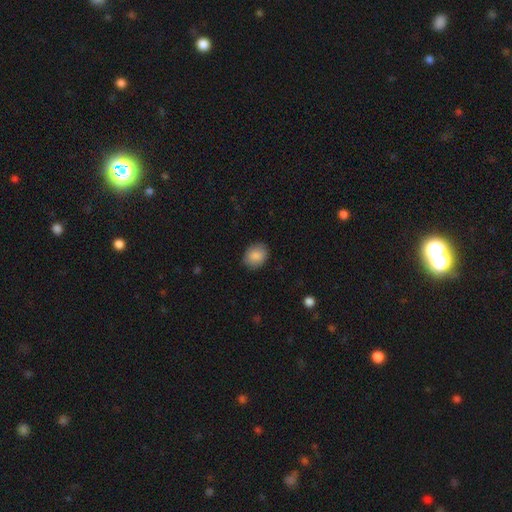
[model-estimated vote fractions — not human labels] Overall: smooth (88%). How rounded: in between (51%; round 48%). Merging: none (86%).